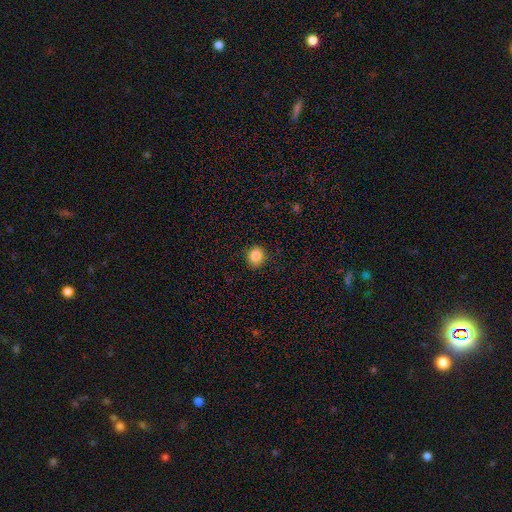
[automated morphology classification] smooth-or-featured: smooth: 85% | star or artifact: 10% | featured or disk: 4%
  how-rounded: round: 85% | in between: 14% | cigar-shaped: 1%
  merging: none: 89% | minor disturbance: 8% | major disturbance: 2% | merger: 1%